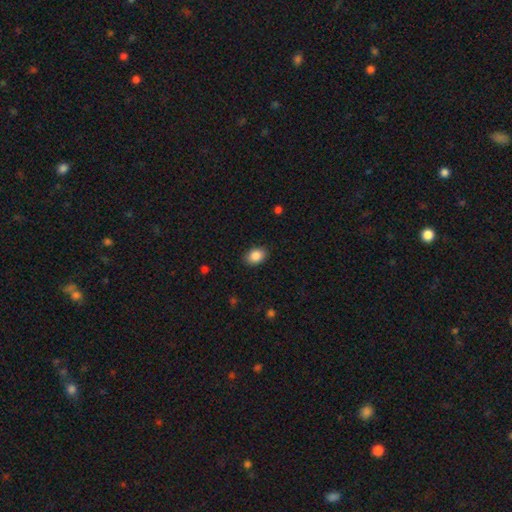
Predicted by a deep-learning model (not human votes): A smooth galaxy with no disk features (88%) that is in between round and cigar-shaped (77%). Merging: none (87%).